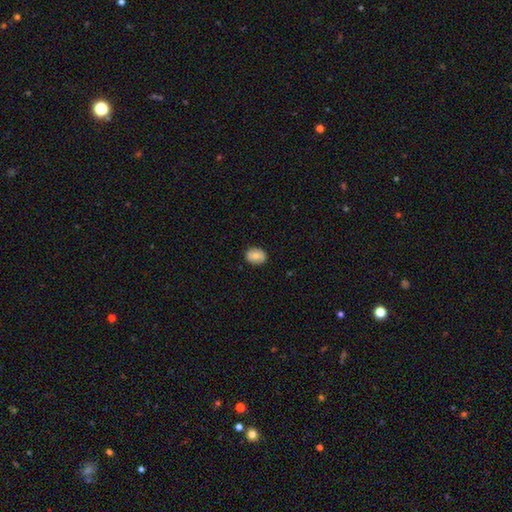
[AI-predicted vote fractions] A smooth galaxy with no disk features (77%) that is in between round and cigar-shaped (57%).

Vote fractions:
- Smooth or featured? smooth: 77% / featured or disk: 16% / star or artifact: 8%
- How rounded? in between: 57% / round: 42% / cigar-shaped: 1%
- Merging? none: 87% / minor disturbance: 10% / major disturbance: 2% / merger: 1%